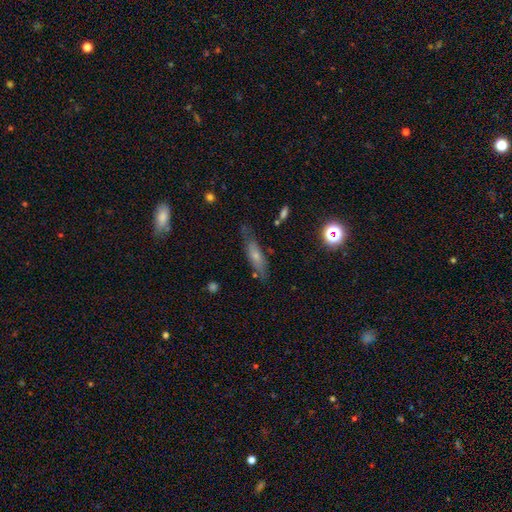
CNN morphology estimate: The model was most divided on "how rounded": cigar-shaped: 55%, in between: 42%, round: 3%. More confident: merging — none (65%); smooth or featured — smooth (57%).